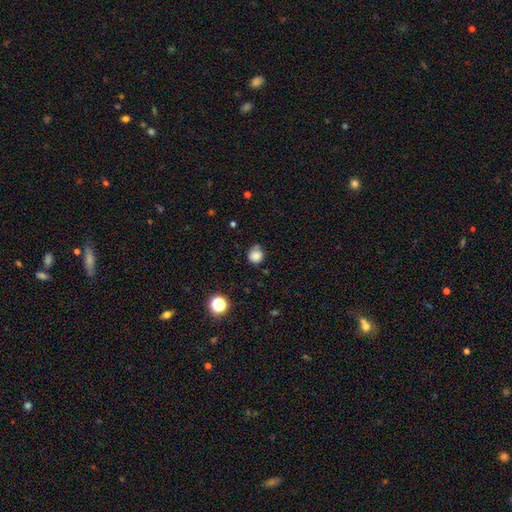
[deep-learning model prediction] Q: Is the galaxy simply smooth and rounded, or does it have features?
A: smooth — 82%.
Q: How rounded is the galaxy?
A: round — 87%.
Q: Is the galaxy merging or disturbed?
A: none — 67%.